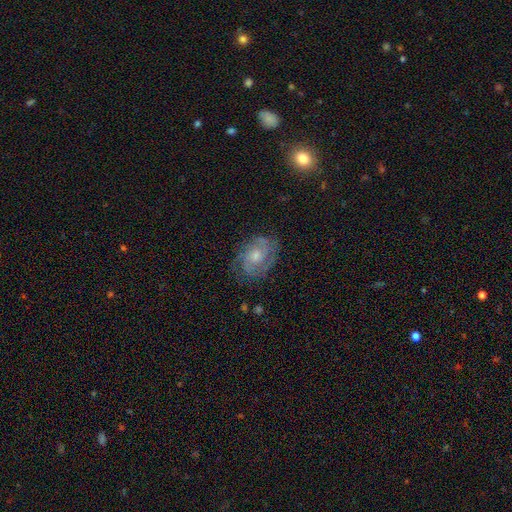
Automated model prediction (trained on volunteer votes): smooth_or_featured: featured or disk (p=0.76) [alt: smooth p=0.15]
disk_edge_on: no (p=0.97) [alt: yes p=0.03]
bar: no (p=0.72) [alt: weak p=0.25]
has_spiral_arms: yes (p=0.93) [alt: no p=0.07]
spiral_winding: tight (p=0.57) [alt: medium p=0.35]
spiral_arm_count: 2 (p=0.31) [alt: can't tell p=0.29]
bulge_size: moderate (p=0.50) [alt: small p=0.42]
merging: none (p=0.77) [alt: minor disturbance p=0.16]